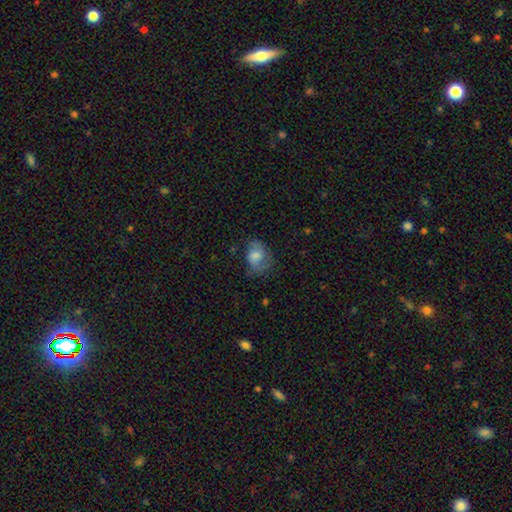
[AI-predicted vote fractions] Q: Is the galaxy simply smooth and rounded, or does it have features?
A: smooth — 60%.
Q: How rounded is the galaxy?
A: in between — 63%.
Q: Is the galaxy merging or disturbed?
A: none — 48%.